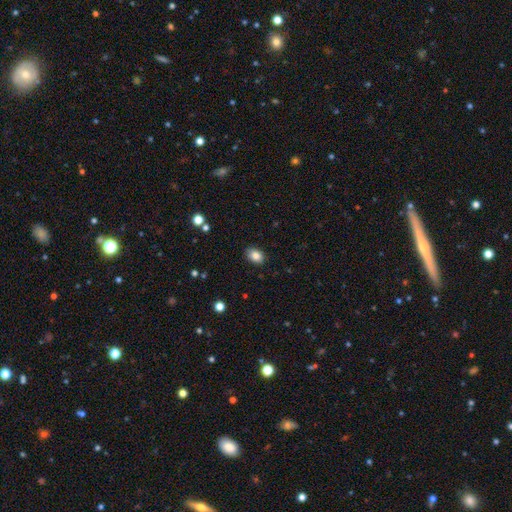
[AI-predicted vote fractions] Smooth or featured?
  - smooth: 84% *
  - star or artifact: 9%
  - featured or disk: 7%
How rounded?
  - in between: 78% *
  - round: 21%
  - cigar-shaped: 1%
Merging?
  - none: 87% *
  - minor disturbance: 10%
  - major disturbance: 2%
  - merger: 1%